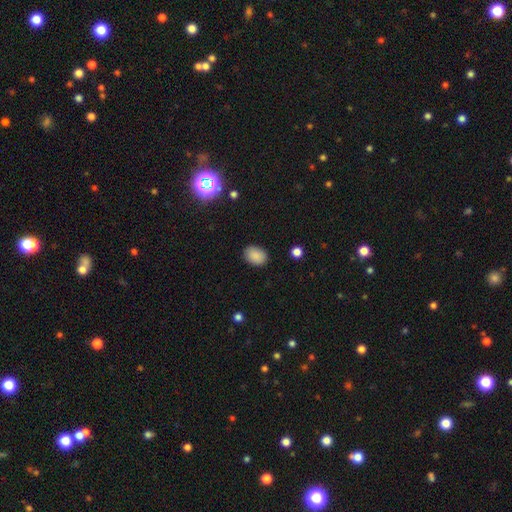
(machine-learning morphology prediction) Smooth or featured?
  - smooth: 87% *
  - star or artifact: 9%
  - featured or disk: 3%
How rounded?
  - in between: 76% *
  - round: 23%
  - cigar-shaped: 1%
Merging?
  - none: 87% *
  - minor disturbance: 10%
  - major disturbance: 2%
  - merger: 1%